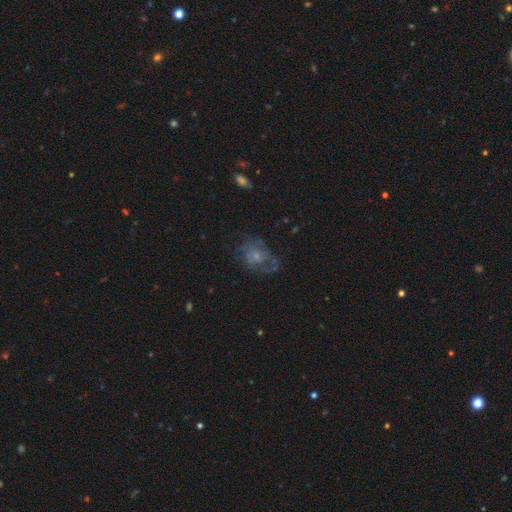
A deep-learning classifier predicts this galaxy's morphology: type=featured or disk (66%); edge-on=no (97%); bar=no (73%); spiral arms=yes (74%); bulge=small (57%); merging=none (53%).